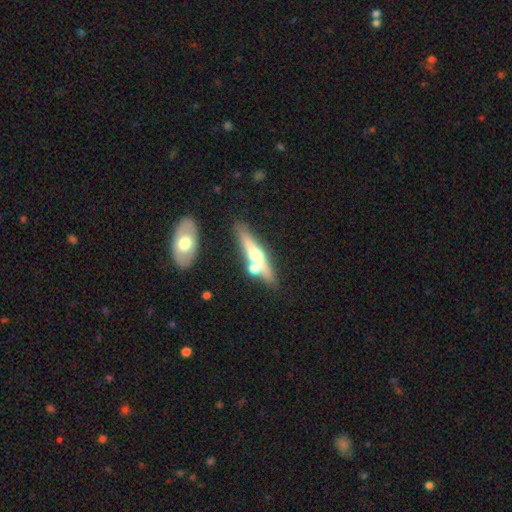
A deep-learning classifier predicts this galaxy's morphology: A featured or disk galaxy (61%) viewed edge-on (89%) with a rounded central bulge (93%).

Vote fractions:
- Smooth or featured? featured or disk: 61% / smooth: 31% / star or artifact: 7%
- Edge-on disk? yes: 89% / no: 11%
- Edge-on bulge? rounded: 93% / none: 3% / boxy: 3%
- Merging? none: 62% / merger: 23% / minor disturbance: 11% / major disturbance: 4%